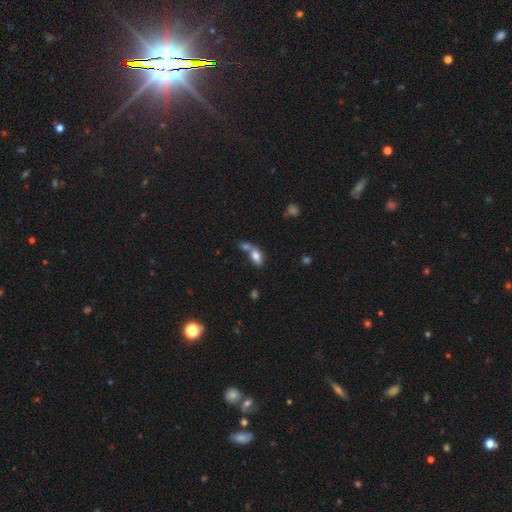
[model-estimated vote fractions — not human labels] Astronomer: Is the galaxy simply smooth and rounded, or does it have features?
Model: smooth — 78%.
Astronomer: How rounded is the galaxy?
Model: in between — 87%.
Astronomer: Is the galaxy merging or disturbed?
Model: merger — 53% (runner-up: none, 31%).